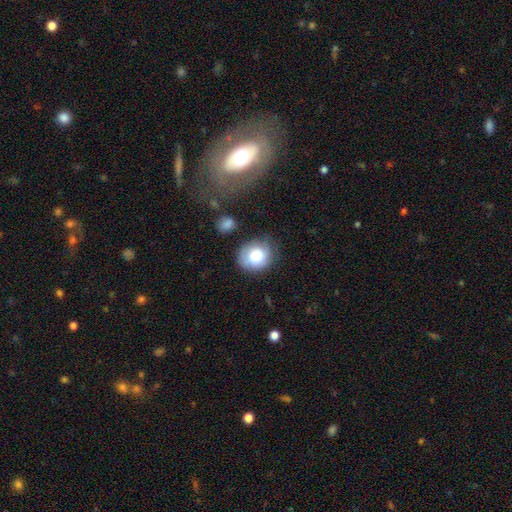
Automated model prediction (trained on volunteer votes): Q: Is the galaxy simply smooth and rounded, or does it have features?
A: smooth — 76%.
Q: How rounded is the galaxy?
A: round — 70%.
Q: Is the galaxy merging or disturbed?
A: none — 68%.